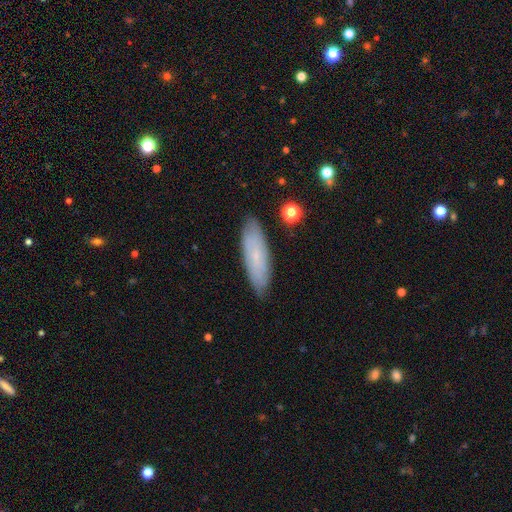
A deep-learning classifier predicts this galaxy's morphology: Smooth or featured? Predicted: smooth (p=0.58). How rounded? Predicted: cigar-shaped (p=0.51). Merging? Predicted: none (p=0.85).